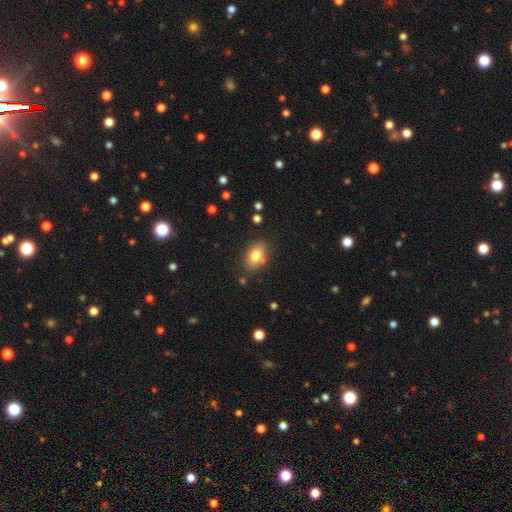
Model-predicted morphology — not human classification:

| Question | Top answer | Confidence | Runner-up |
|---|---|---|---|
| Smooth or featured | smooth | 78% | featured or disk (13%) |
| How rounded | in between | 85% | round (12%) |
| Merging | none | 77% | minor disturbance (13%) |